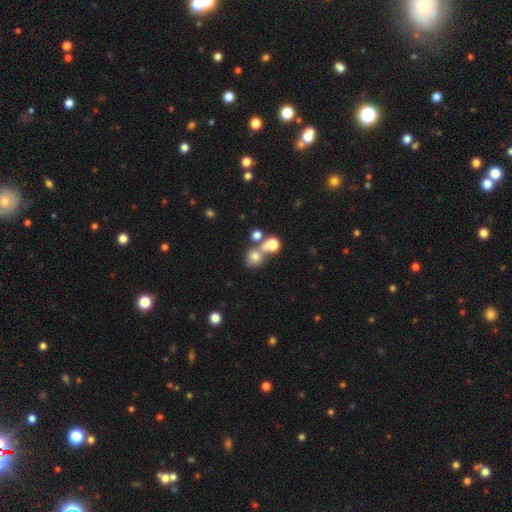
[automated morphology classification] Smooth or featured: smooth — 68% (star or artifact — 19%)
How rounded: round — 80% (in between — 19%)
Merging: none — 46% (merger — 40%)